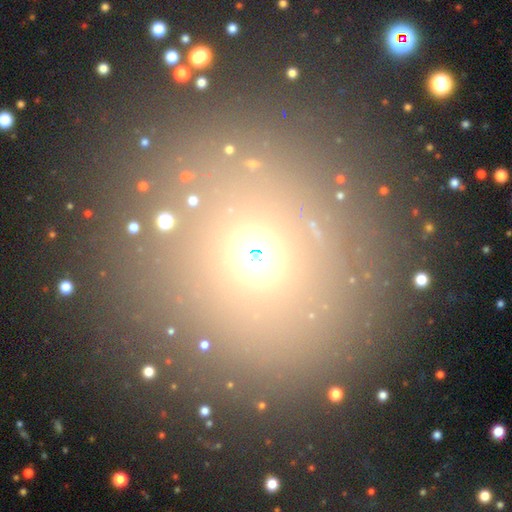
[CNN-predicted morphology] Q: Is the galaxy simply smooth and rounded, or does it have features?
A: smooth — 57%.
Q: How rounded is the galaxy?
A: round — 81%.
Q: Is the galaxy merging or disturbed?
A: none — 84%.